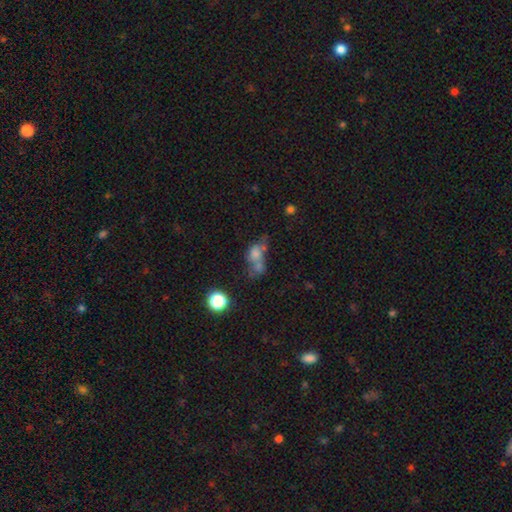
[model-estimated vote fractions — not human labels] A smooth galaxy with no disk features (60%) that is in between round and cigar-shaped (61%).

Vote fractions:
- Smooth or featured? smooth: 60% / featured or disk: 24% / star or artifact: 17%
- How rounded? in between: 61% / round: 34% / cigar-shaped: 4%
- Merging? merger: 50% / none: 22% / major disturbance: 15% / minor disturbance: 12%